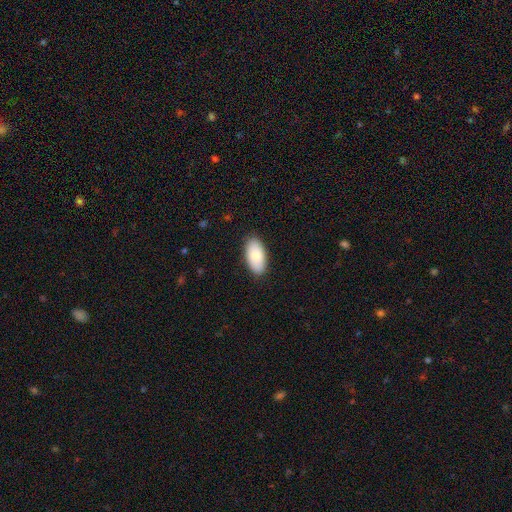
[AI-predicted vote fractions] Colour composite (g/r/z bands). It shows a smooth galaxy with no disk features (81%) that is in between round and cigar-shaped (94%). Merging: none (88%).